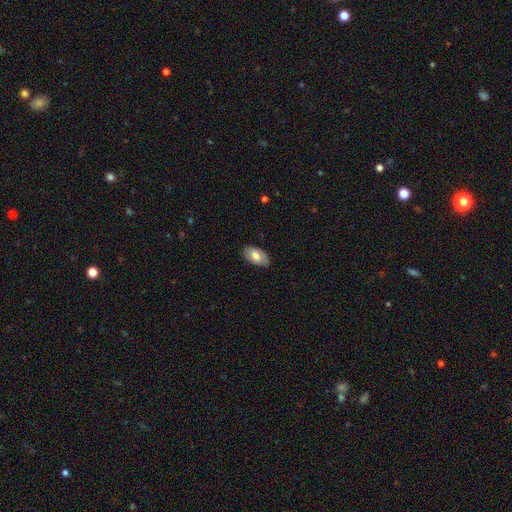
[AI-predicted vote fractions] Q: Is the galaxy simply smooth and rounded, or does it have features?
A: smooth — 65%.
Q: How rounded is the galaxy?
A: in between — 94%.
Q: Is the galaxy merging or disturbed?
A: none — 80%.